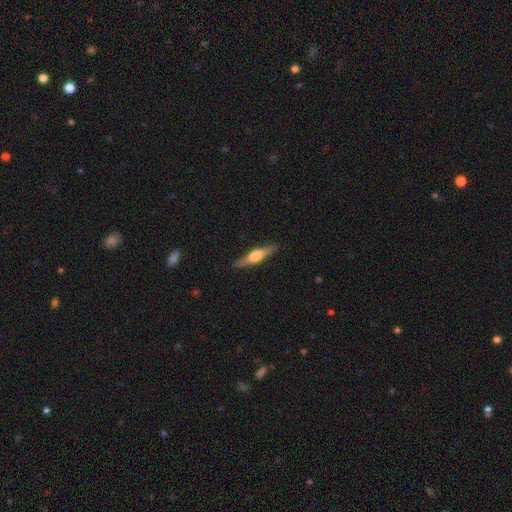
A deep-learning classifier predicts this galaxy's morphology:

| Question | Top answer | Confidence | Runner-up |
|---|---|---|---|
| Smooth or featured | featured or disk | 61% | smooth (34%) |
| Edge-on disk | yes | 96% | no (4%) |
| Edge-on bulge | rounded | 91% | boxy (7%) |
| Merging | none | 89% | minor disturbance (8%) |